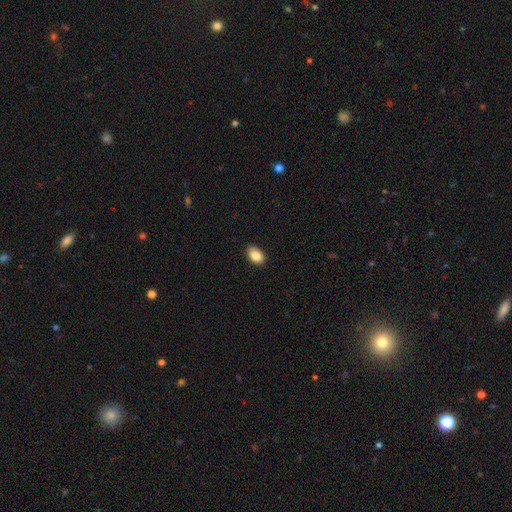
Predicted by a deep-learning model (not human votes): smooth-or-featured: smooth: 86% | star or artifact: 8% | featured or disk: 6%
  how-rounded: in between: 87% | round: 12% | cigar-shaped: 1%
  merging: none: 86% | minor disturbance: 12% | major disturbance: 2% | merger: 1%